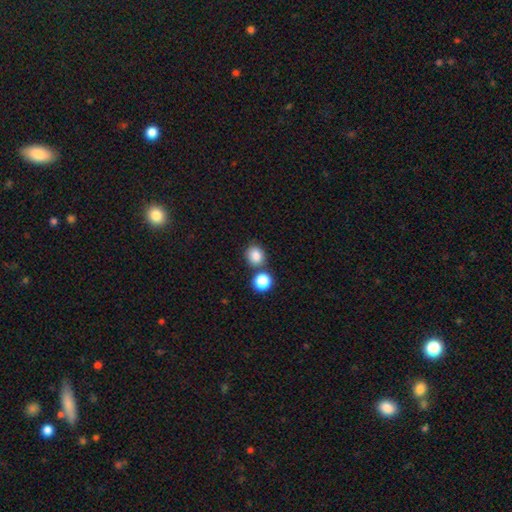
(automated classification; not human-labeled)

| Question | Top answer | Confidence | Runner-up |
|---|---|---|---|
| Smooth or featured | smooth | 84% | star or artifact (11%) |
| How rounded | round | 73% | in between (26%) |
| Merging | none | 67% | merger (20%) |